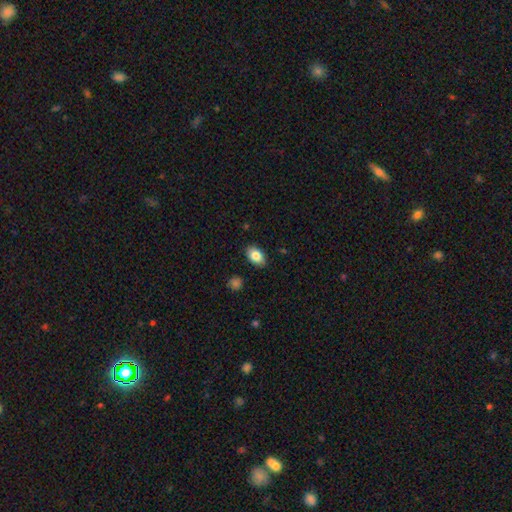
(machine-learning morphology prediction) A smooth galaxy with no disk features (84%) that is in between round and cigar-shaped (88%).

Vote fractions:
- Smooth or featured? smooth: 84% / featured or disk: 9% / star or artifact: 7%
- How rounded? in between: 88% / round: 10% / cigar-shaped: 1%
- Merging? none: 87% / minor disturbance: 9% / major disturbance: 2% / merger: 1%